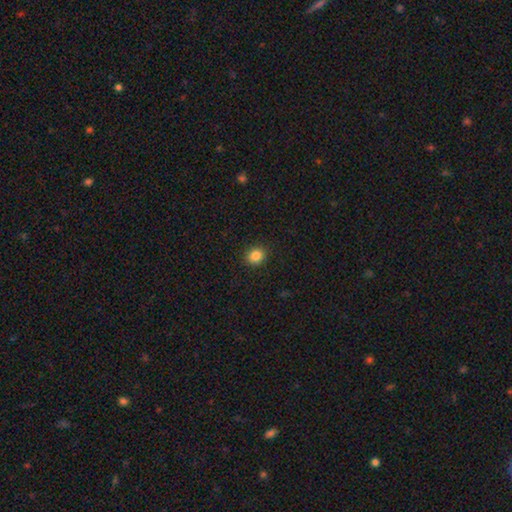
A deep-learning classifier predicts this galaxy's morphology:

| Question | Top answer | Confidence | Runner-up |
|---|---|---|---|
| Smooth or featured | smooth | 85% | star or artifact (10%) |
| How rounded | round | 76% | in between (23%) |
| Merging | none | 91% | minor disturbance (6%) |